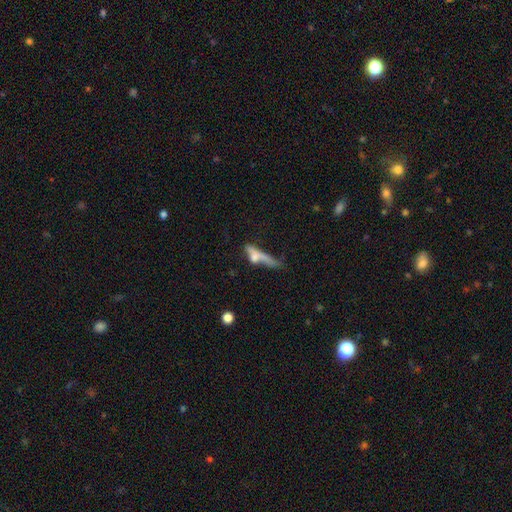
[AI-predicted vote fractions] The model was most divided on "merging": none: 29%, major disturbance: 26%, merger: 24%, minor disturbance: 20%. More confident: how rounded — cigar-shaped (73%); smooth or featured — smooth (54%).